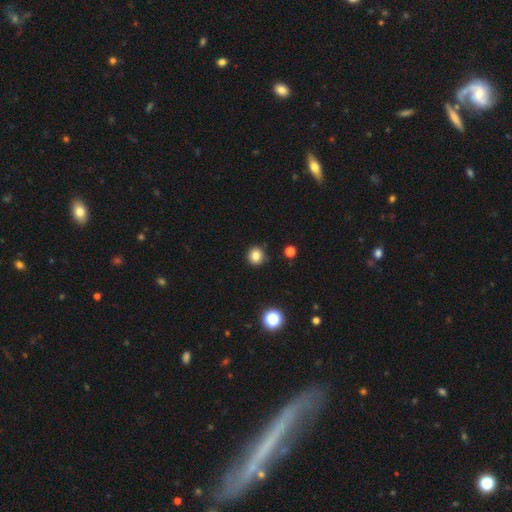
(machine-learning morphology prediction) Q: Smooth or featured?
A: smooth (83%); runner-up: star or artifact (12%)
Q: How rounded?
A: round (91%); runner-up: in between (8%)
Q: Merging?
A: none (89%); runner-up: minor disturbance (7%)